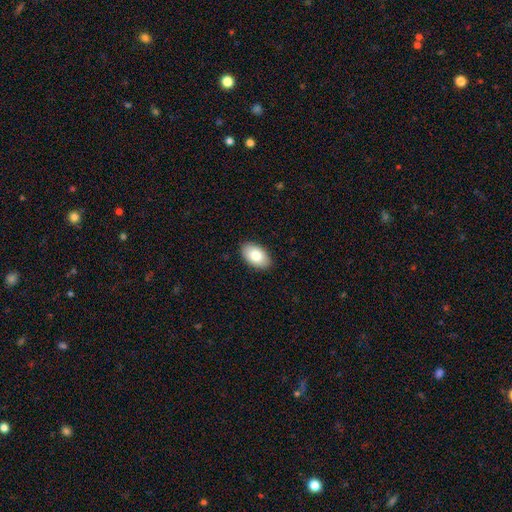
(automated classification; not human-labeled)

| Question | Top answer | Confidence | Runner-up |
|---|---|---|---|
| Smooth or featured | smooth | 82% | featured or disk (11%) |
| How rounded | in between | 94% | round (5%) |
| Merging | none | 89% | minor disturbance (8%) |